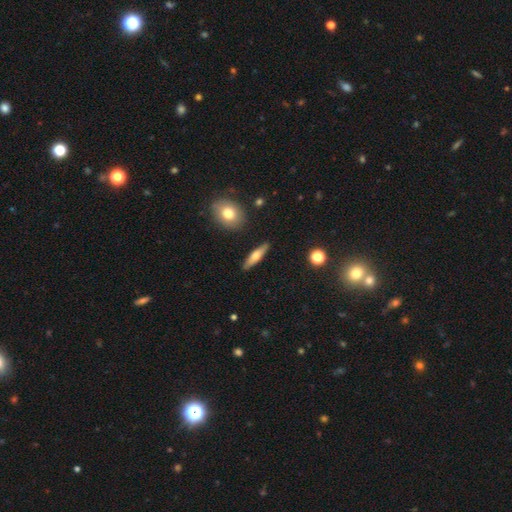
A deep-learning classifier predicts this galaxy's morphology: A smooth galaxy with no disk features (55%) that is cigar-shaped (75%). Merging: none (89%).